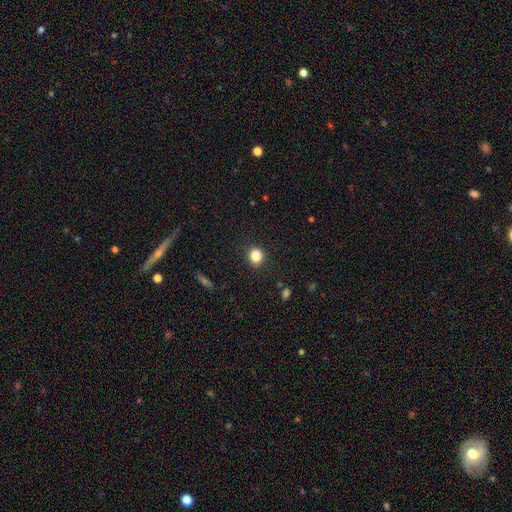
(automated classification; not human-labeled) smooth_or_featured: smooth (p=0.84) [alt: star or artifact p=0.11]
how_rounded: round (p=0.81) [alt: in between p=0.18]
merging: none (p=0.88) [alt: minor disturbance p=0.08]